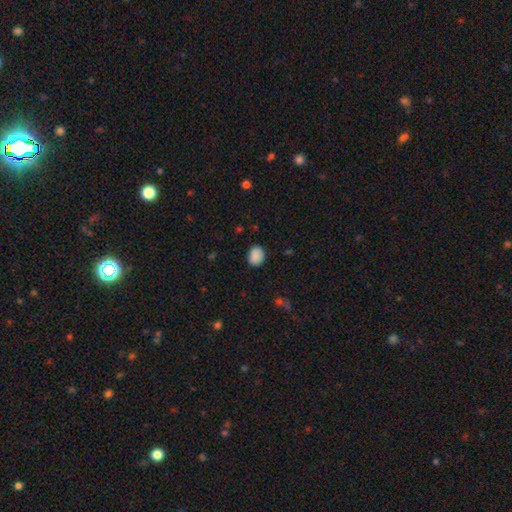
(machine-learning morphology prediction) Smooth or featured?
  - smooth: 87% *
  - star or artifact: 8%
  - featured or disk: 5%
How rounded?
  - round: 50% *
  - in between: 49%
  - cigar-shaped: 1%
Merging?
  - none: 81% *
  - minor disturbance: 15%
  - major disturbance: 3%
  - merger: 1%